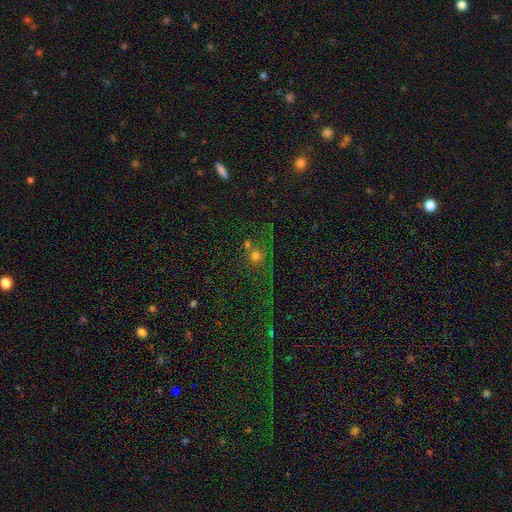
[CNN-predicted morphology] type=smooth (54%); roundness=round (87%); merging=none (42%).